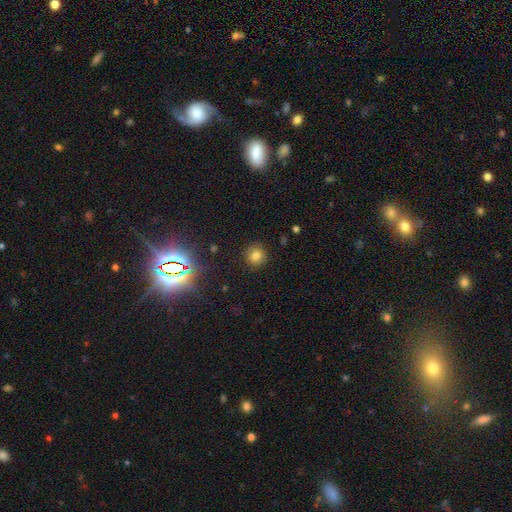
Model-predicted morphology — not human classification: type=smooth (76%); roundness=round (92%); merging=none (89%).